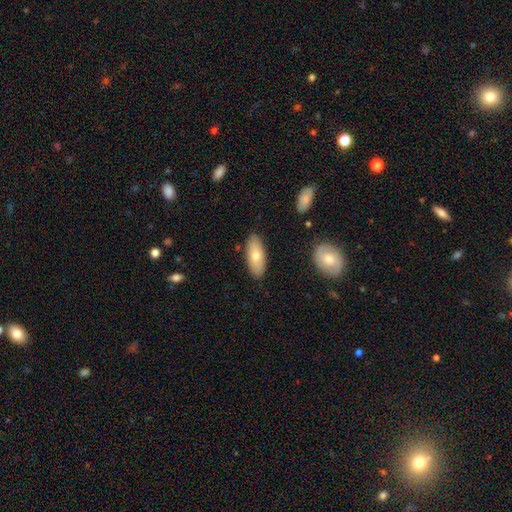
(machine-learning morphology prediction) Smooth or featured? Predicted: smooth (p=0.70). How rounded? Predicted: in between (p=0.78). Merging? Predicted: none (p=0.86).